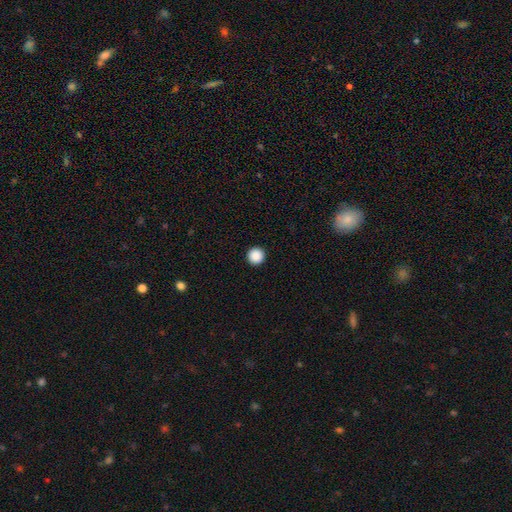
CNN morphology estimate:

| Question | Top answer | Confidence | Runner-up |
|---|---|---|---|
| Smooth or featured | smooth | 89% | star or artifact (9%) |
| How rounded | round | 97% | in between (2%) |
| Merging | none | 94% | minor disturbance (4%) |